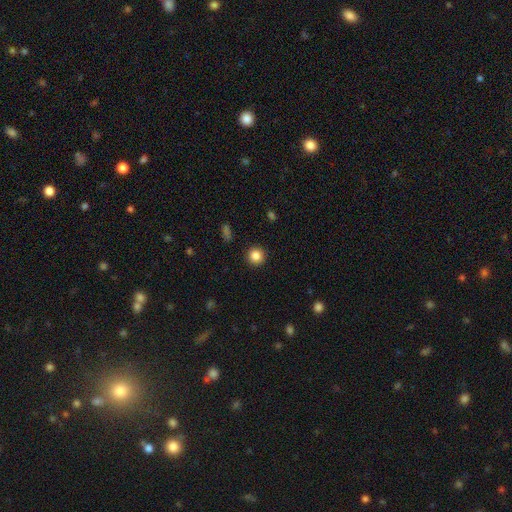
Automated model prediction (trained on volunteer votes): smooth-or-featured: smooth: 85% | star or artifact: 11% | featured or disk: 4%
  how-rounded: round: 94% | in between: 5% | cigar-shaped: 1%
  merging: none: 92% | minor disturbance: 5% | major disturbance: 2% | merger: 1%